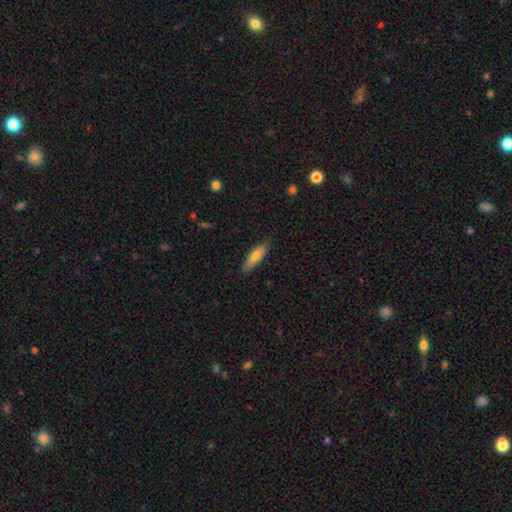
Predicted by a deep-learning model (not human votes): Smooth or featured? smooth (73%)
How rounded? cigar-shaped (55%)
Merging? none (81%)